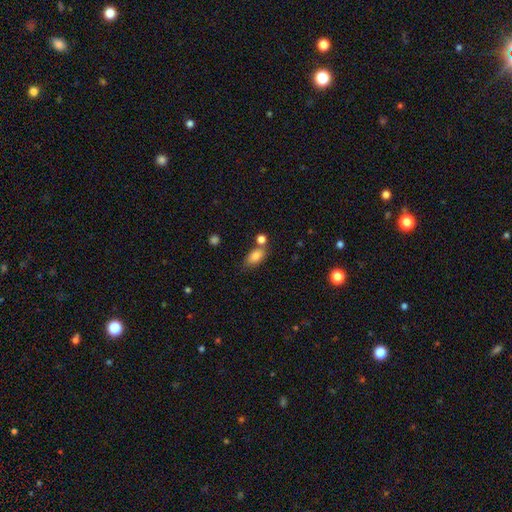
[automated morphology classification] Smooth or featured? smooth (83%)
How rounded? in between (86%)
Merging? none (56%)